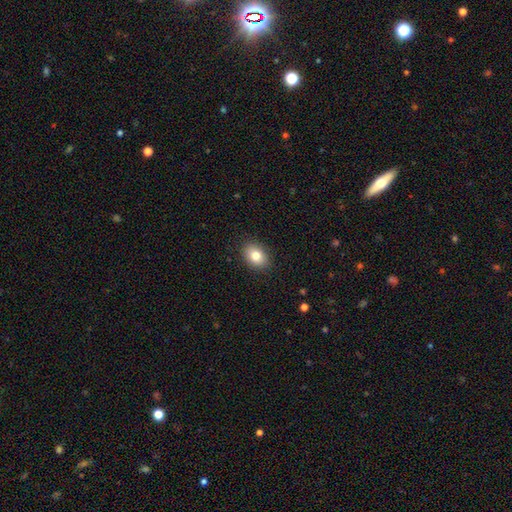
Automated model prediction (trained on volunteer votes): Smooth or featured: smooth — 81% (featured or disk — 10%)
How rounded: in between — 70% (round — 29%)
Merging: none — 89% (minor disturbance — 8%)